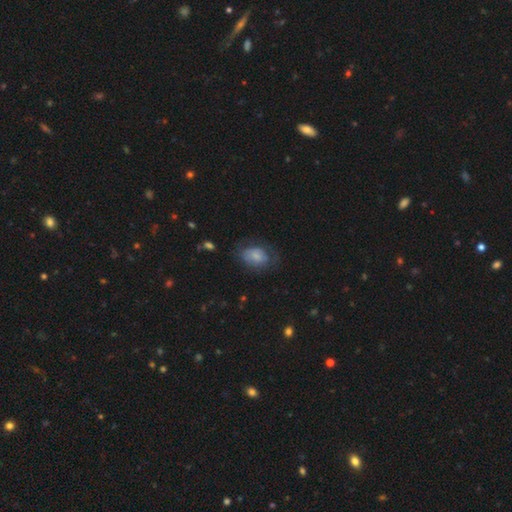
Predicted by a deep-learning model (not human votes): Overall: smooth (68%). How rounded: in between (77%). Merging: none (49%; minor disturbance 28%).